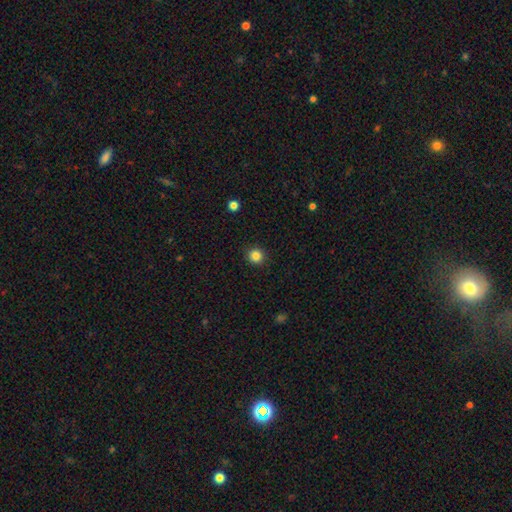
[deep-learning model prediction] The model was most divided on "smooth or featured": smooth: 85%, star or artifact: 12%, featured or disk: 4%. More confident: how rounded — round (93%); merging — none (92%).